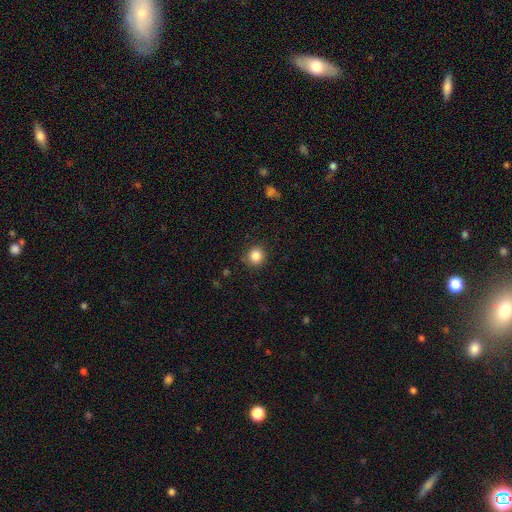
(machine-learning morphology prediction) smooth-or-featured: smooth: 85% | star or artifact: 11% | featured or disk: 4%
  how-rounded: round: 91% | in between: 8% | cigar-shaped: 1%
  merging: none: 88% | minor disturbance: 9% | major disturbance: 3% | merger: 1%